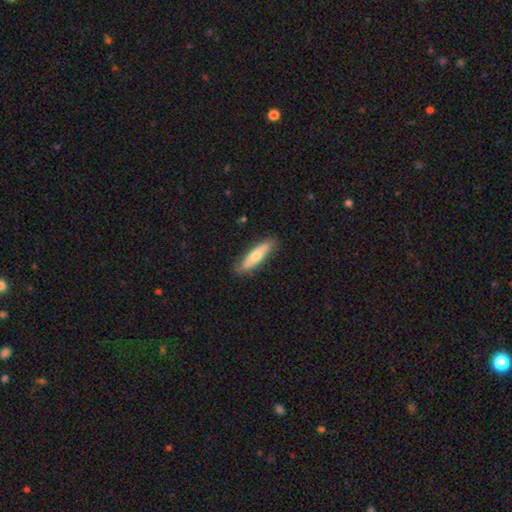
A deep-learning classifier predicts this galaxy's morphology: smooth-or-featured: smooth: 63% | featured or disk: 31% | star or artifact: 5%
  how-rounded: cigar-shaped: 69% | in between: 29% | round: 2%
  merging: none: 85% | minor disturbance: 12% | major disturbance: 2% | merger: 1%